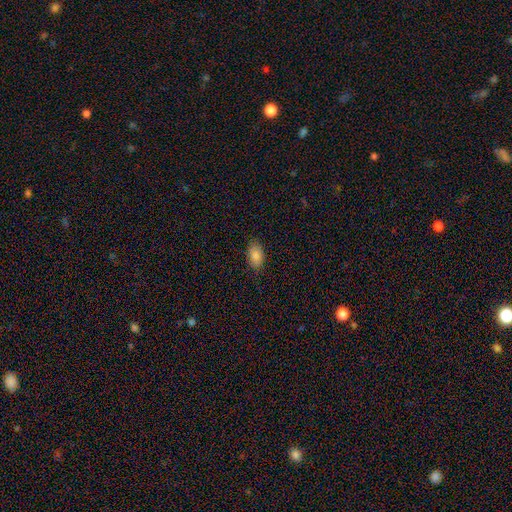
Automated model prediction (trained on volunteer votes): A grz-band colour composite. It shows a smooth galaxy with no disk features (85%) that is in between round and cigar-shaped (91%). Merging: none (82%).